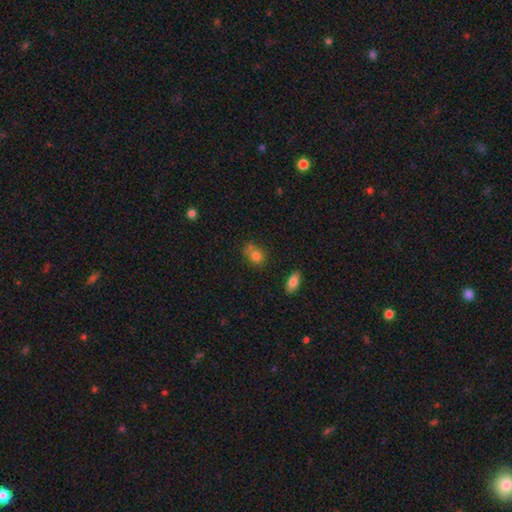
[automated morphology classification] Smooth or featured: smooth — 78% (star or artifact — 11%)
How rounded: round — 55% (in between — 44%)
Merging: none — 46% (merger — 26%)